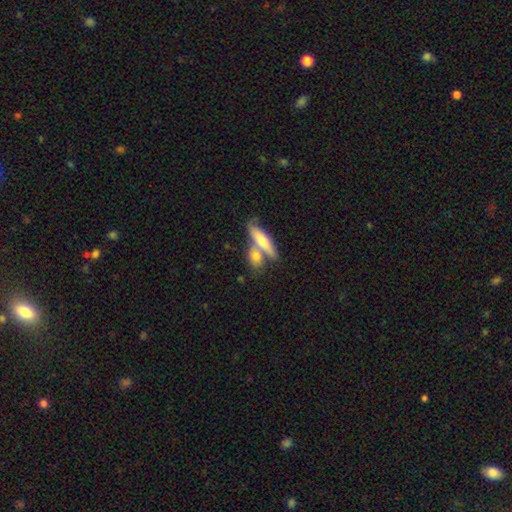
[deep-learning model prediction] Smooth or featured? smooth (69%)
How rounded? in between (47%)
Merging? none (43%)